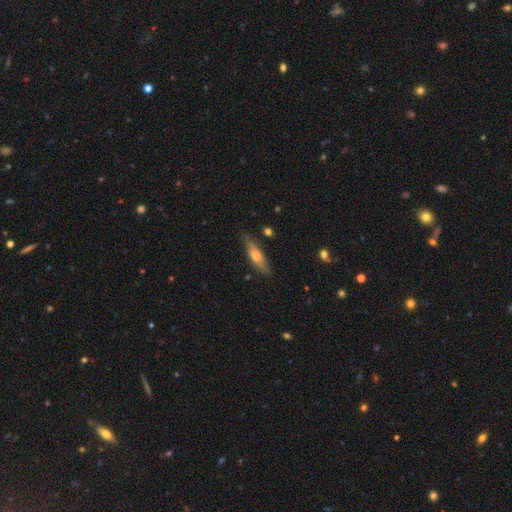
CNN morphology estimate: Smooth or featured: featured or disk — 47% (smooth — 46%)
Merging: none — 79% (minor disturbance — 16%)